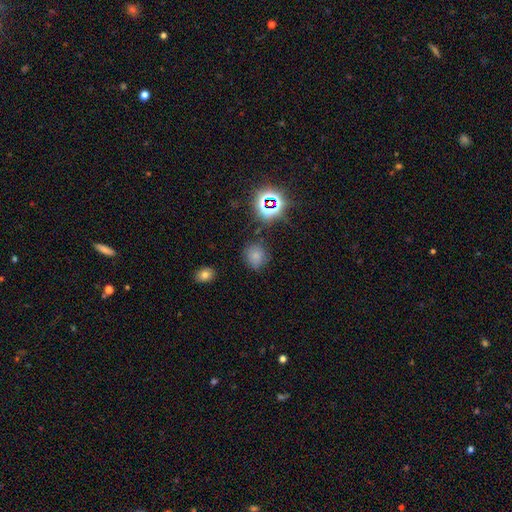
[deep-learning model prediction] Overall: smooth (69%). How rounded: round (77%). Merging: none (77%).